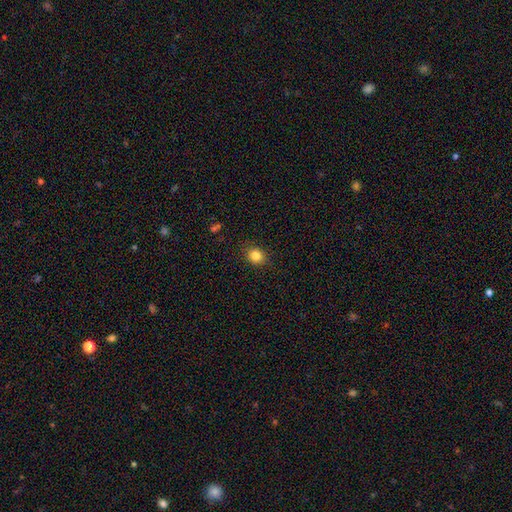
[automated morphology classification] Smooth or featured: smooth — 84% (star or artifact — 11%)
How rounded: round — 74% (in between — 25%)
Merging: none — 87% (minor disturbance — 10%)